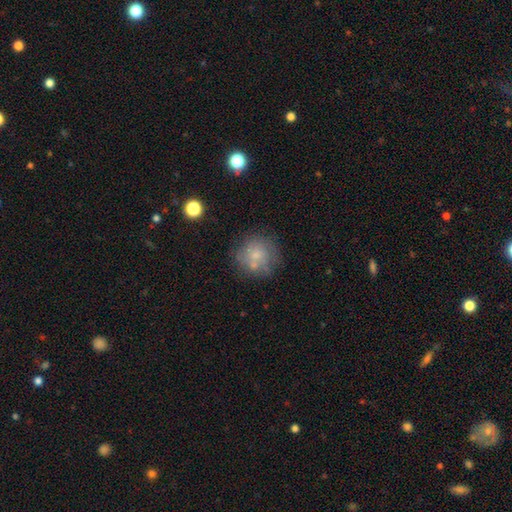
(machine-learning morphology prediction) A smooth galaxy with no disk features (67%) that is round (90%).

Vote fractions:
- Smooth or featured? smooth: 67% / featured or disk: 23% / star or artifact: 10%
- How rounded? round: 90% / in between: 9% / cigar-shaped: 1%
- Merging? none: 64% / minor disturbance: 17% / merger: 11% / major disturbance: 8%